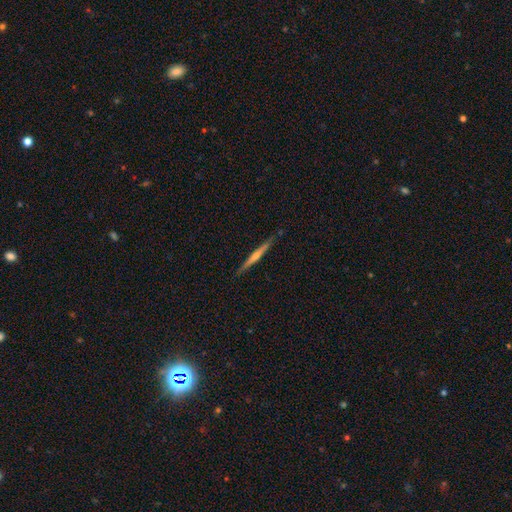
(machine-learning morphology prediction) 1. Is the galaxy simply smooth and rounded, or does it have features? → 70% featured or disk, 24% smooth, 6% star or artifact.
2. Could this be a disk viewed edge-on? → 98% yes, 2% no.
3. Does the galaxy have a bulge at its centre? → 76% rounded, 19% none, 5% boxy.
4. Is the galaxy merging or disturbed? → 89% none, 9% minor disturbance, 2% major disturbance, 1% merger.